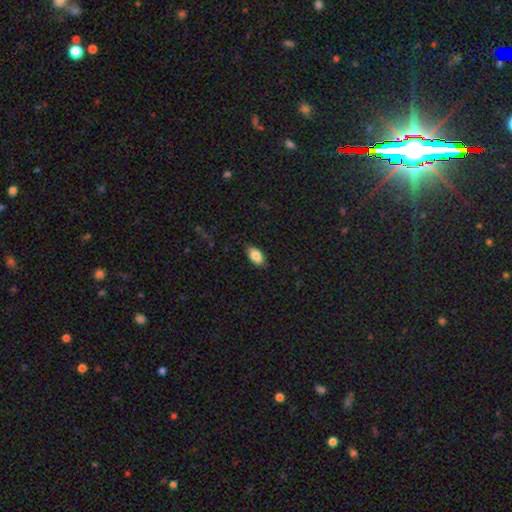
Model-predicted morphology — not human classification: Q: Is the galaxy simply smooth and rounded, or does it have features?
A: smooth — 86%.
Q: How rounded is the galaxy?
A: in between — 93%.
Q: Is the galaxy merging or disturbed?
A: none — 85%.